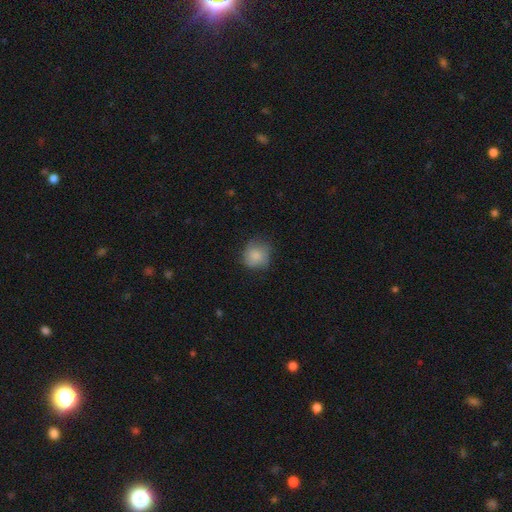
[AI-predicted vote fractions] Overall: smooth (80%). How rounded: round (84%). Merging: none (66%).